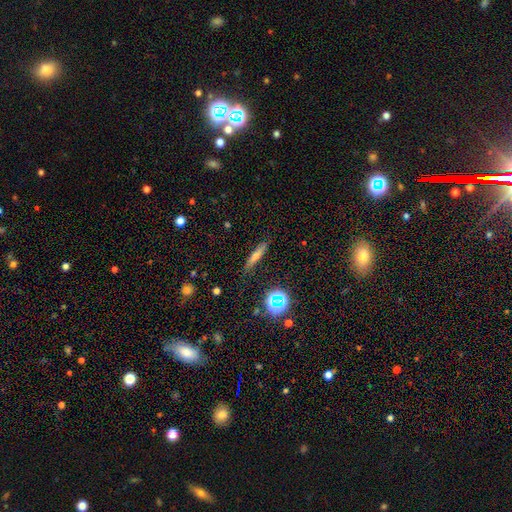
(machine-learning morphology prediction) A smooth galaxy with no disk features (50%) that is cigar-shaped (82%). Merging: none (87%).